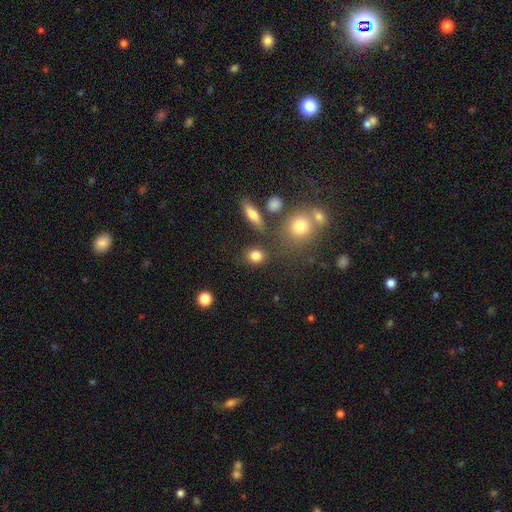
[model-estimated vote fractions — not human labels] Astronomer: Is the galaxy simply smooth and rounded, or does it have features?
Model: smooth — 82%.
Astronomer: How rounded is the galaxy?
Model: round — 72%.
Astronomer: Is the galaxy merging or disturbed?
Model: none — 78%.